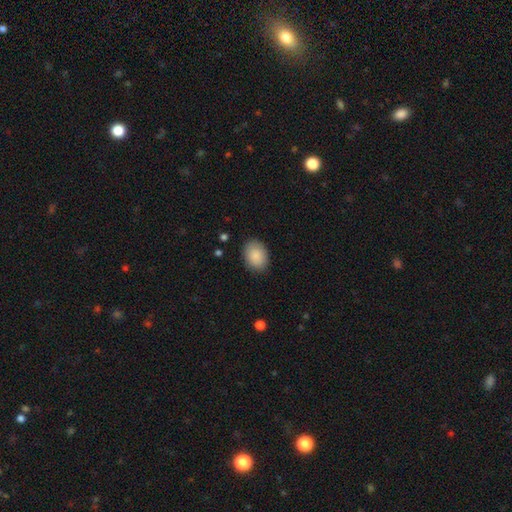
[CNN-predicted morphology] Q: Smooth or featured?
A: smooth (88%); runner-up: star or artifact (7%)
Q: How rounded?
A: in between (75%); runner-up: round (24%)
Q: Merging?
A: none (86%); runner-up: minor disturbance (11%)